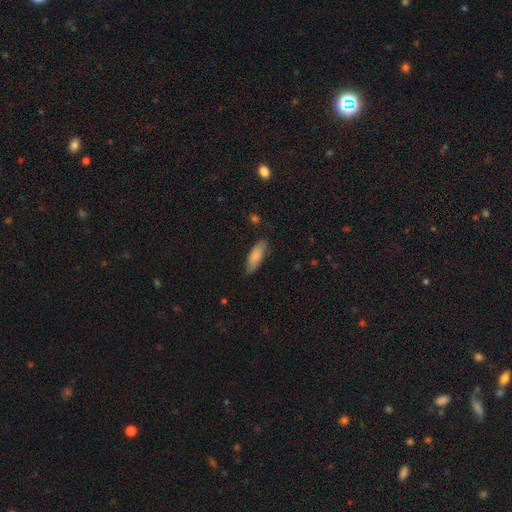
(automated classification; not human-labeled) This appears to be a smooth galaxy with no disk features (82%) that is in between round and cigar-shaped (64%). Merging: none (78%).